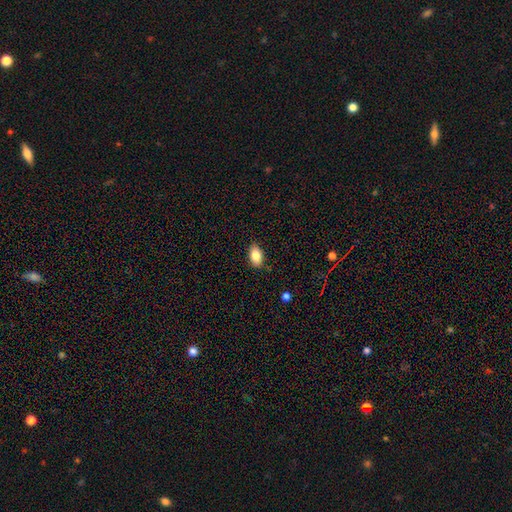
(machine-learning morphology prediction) Smooth or featured: smooth — 84% (featured or disk — 8%)
How rounded: in between — 90% (round — 7%)
Merging: none — 85% (minor disturbance — 12%)